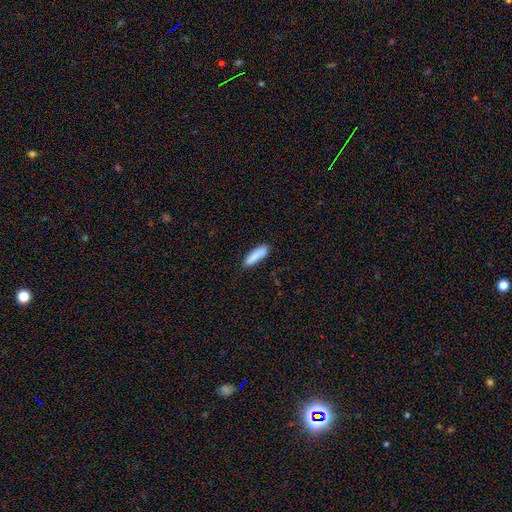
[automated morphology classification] smooth 88%, star or artifact 6%, featured or disk 6%. Down the decision tree: how rounded — cigar-shaped (64%); merging — none (85%).